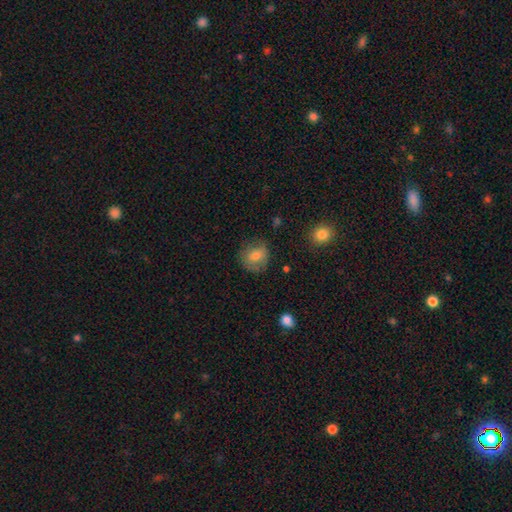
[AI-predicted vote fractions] Smooth or featured? Predicted: smooth (p=0.74). How rounded? Predicted: round (p=0.76). Merging? Predicted: none (p=0.69).